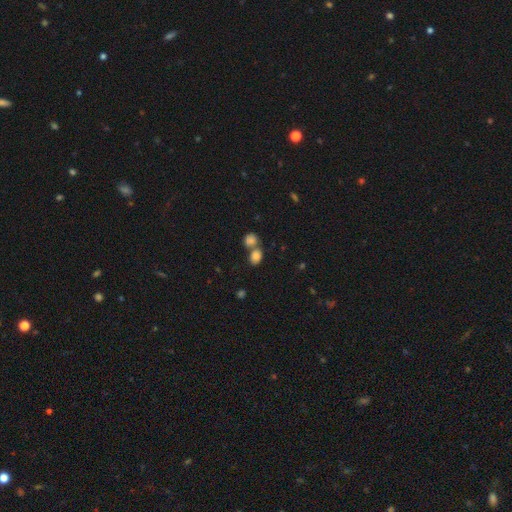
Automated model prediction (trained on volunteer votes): smooth-or-featured: smooth: 82% | star or artifact: 10% | featured or disk: 8%
  how-rounded: in between: 64% | round: 34% | cigar-shaped: 1%
  merging: merger: 48% | none: 39% | minor disturbance: 9% | major disturbance: 3%